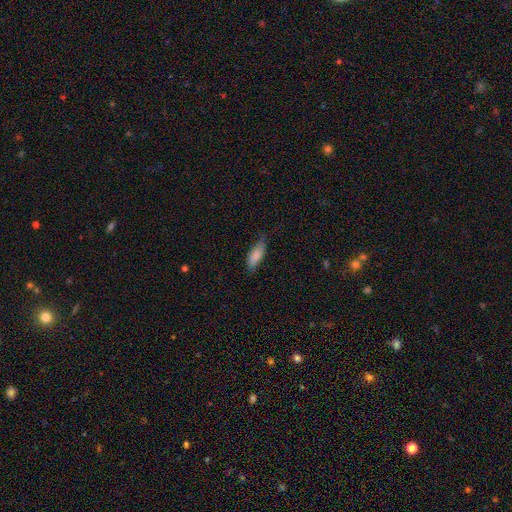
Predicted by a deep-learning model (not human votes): Morphology: type=smooth (78%); roundness=in between (73%); merging=none (60%).